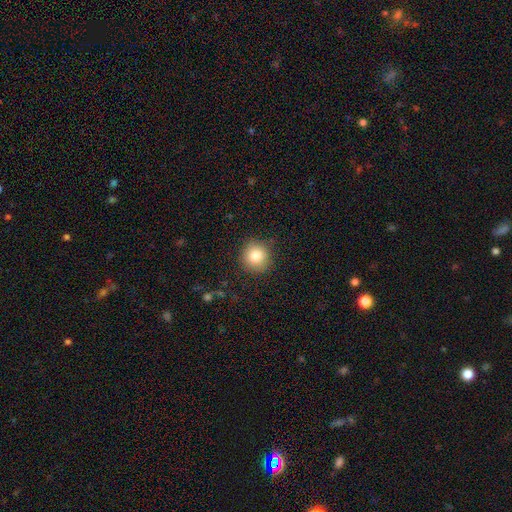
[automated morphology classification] Smooth or featured? smooth (84%)
How rounded? round (91%)
Merging? none (88%)